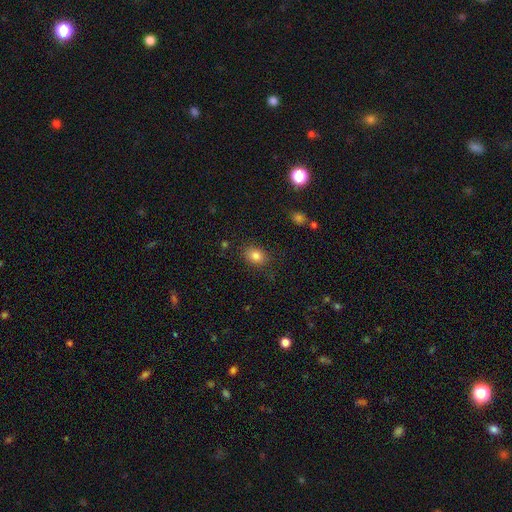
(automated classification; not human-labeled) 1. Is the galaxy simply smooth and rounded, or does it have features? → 83% smooth, 11% star or artifact, 7% featured or disk.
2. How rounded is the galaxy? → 59% in between, 40% round, 1% cigar-shaped.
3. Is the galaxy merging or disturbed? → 83% none, 12% minor disturbance, 4% major disturbance, 2% merger.